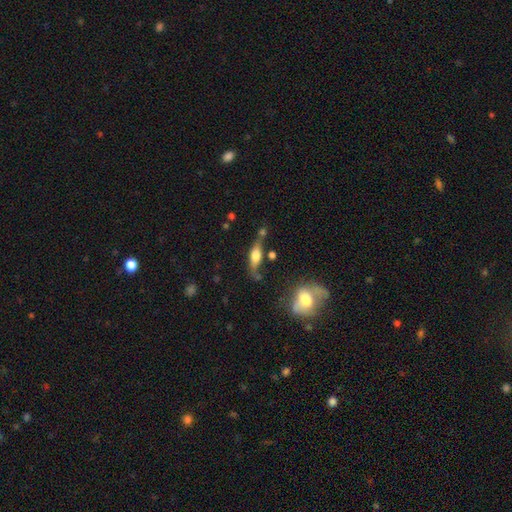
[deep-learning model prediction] A smooth galaxy with no disk features (47%). Merging: none (54%).